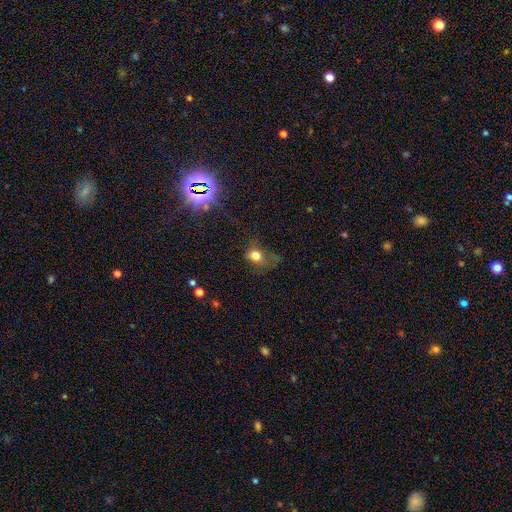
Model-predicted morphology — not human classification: This appears to be a smooth galaxy with no disk features (73%) that is round (63%). Merging: none (45%).